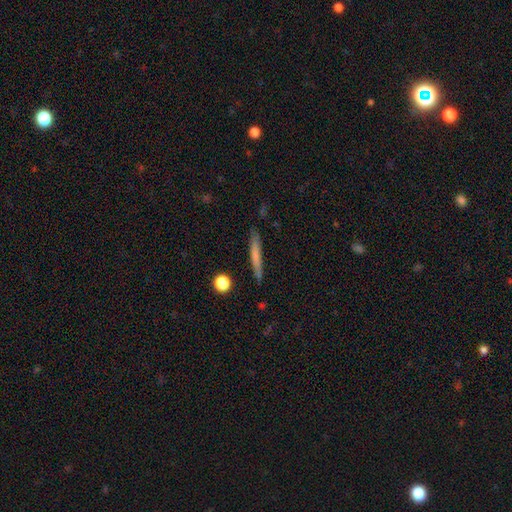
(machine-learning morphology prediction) type=smooth (65%); roundness=cigar-shaped (95%); merging=none (86%).